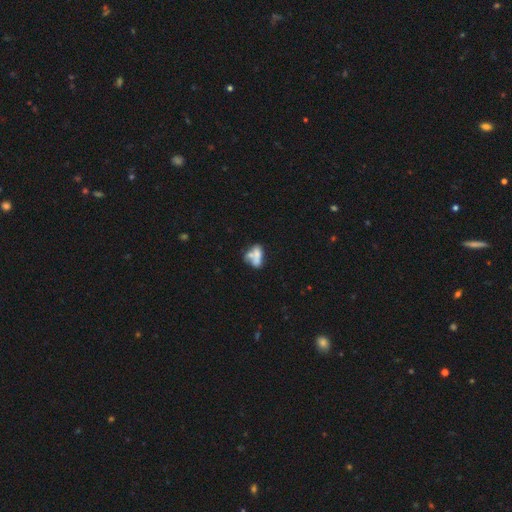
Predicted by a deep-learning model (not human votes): A smooth galaxy with no disk features (51%) that is in between round and cigar-shaped (80%).

Vote fractions:
- Smooth or featured? smooth: 51% / featured or disk: 38% / star or artifact: 10%
- How rounded? in between: 80% / round: 14% / cigar-shaped: 6%
- Merging? merger: 52% / none: 23% / major disturbance: 13% / minor disturbance: 12%